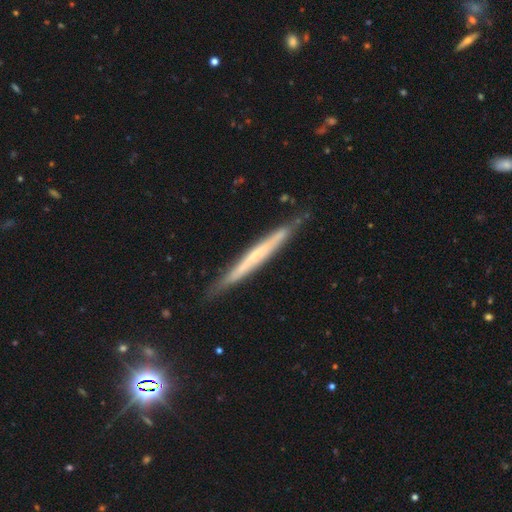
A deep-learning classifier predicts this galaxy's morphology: Smooth or featured: featured or disk — 59% (smooth — 35%)
Edge-on disk: yes — 94% (no — 6%)
Edge-on bulge: none — 75% (rounded — 19%)
Merging: none — 82% (minor disturbance — 14%)